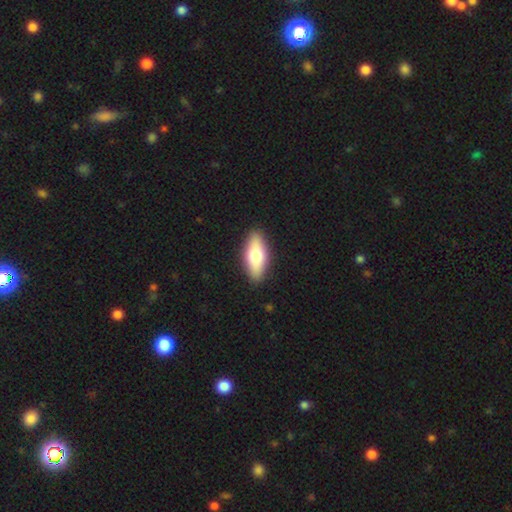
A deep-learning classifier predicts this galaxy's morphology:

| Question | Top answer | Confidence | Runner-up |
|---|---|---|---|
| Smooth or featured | smooth | 69% | featured or disk (25%) |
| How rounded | in between | 76% | cigar-shaped (21%) |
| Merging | none | 89% | minor disturbance (8%) |